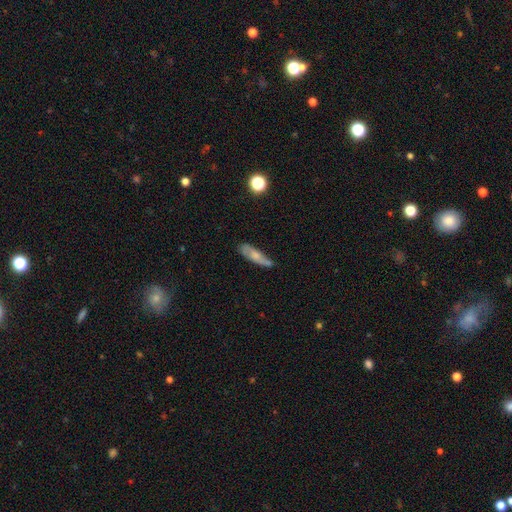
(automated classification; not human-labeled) A smooth galaxy with no disk features (57%) that is cigar-shaped (61%). Merging: none (58%).